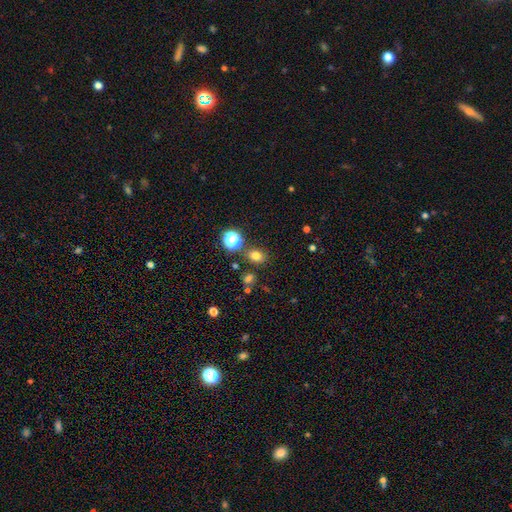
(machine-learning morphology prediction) A smooth galaxy with no disk features (75%) that is in between round and cigar-shaped (52%).

Vote fractions:
- Smooth or featured? smooth: 75% / star or artifact: 18% / featured or disk: 7%
- How rounded? in between: 52% / round: 47% / cigar-shaped: 1%
- Merging? none: 80% / minor disturbance: 10% / merger: 7% / major disturbance: 3%